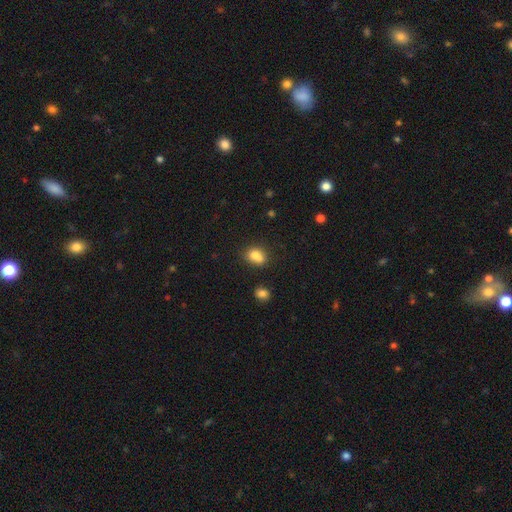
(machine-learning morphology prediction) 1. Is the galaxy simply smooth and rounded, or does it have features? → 79% smooth, 11% star or artifact, 9% featured or disk.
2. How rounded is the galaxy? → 54% in between, 44% round, 1% cigar-shaped.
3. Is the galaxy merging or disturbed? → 47% none, 29% merger, 18% minor disturbance, 6% major disturbance.